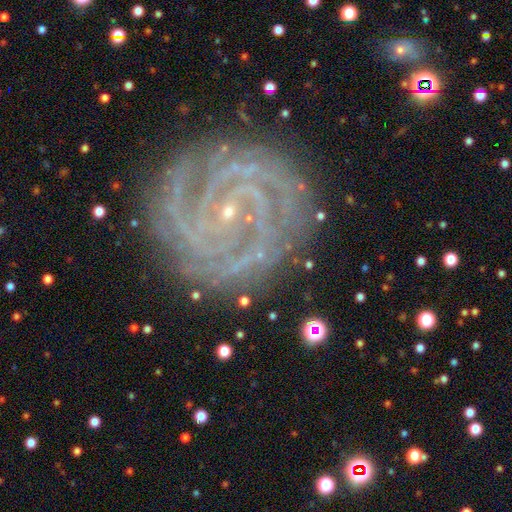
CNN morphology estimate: The model was most divided on "spiral arm count": 2: 22%, 4: 21%, 3: 21%, can't tell: 14%, more than 4: 14%, 1: 9%. More confident: spiral arms — yes (99%); edge-on disk — no (98%); smooth or featured — featured or disk (90%); bulge size — small (88%); spiral winding — tight (84%); merging — none (83%); bar — no (55%).